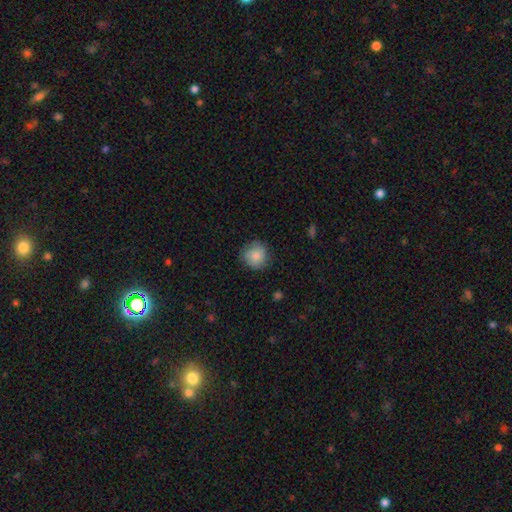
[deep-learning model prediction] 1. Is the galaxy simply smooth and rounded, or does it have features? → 84% smooth, 9% featured or disk, 7% star or artifact.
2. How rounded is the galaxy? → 91% round, 8% in between, 1% cigar-shaped.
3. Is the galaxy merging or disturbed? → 80% none, 15% minor disturbance, 4% major disturbance, 1% merger.